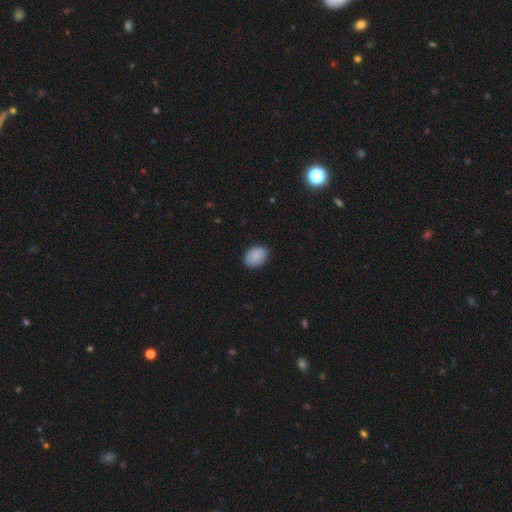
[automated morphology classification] Q: Smooth or featured?
A: smooth (88%); runner-up: star or artifact (7%)
Q: How rounded?
A: in between (74%); runner-up: round (25%)
Q: Merging?
A: none (85%); runner-up: minor disturbance (12%)